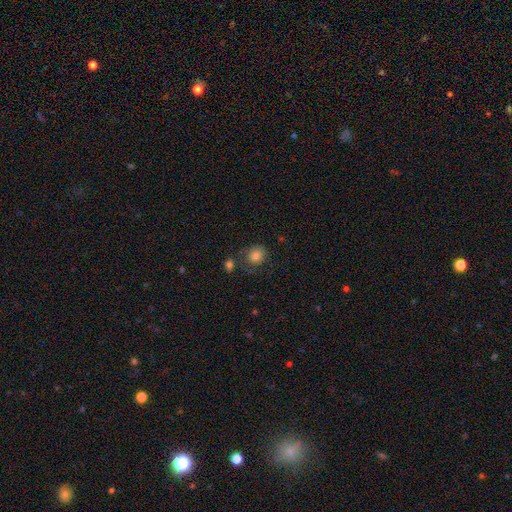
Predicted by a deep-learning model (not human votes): Smooth or featured? smooth (78%)
How rounded? round (73%)
Merging? none (55%)